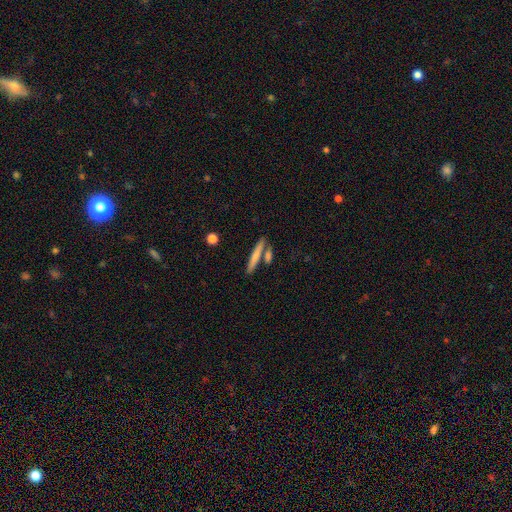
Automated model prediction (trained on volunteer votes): smooth-or-featured: smooth: 70% | featured or disk: 24% | star or artifact: 6%
  how-rounded: cigar-shaped: 90% | in between: 7% | round: 3%
  merging: none: 74% | merger: 15% | minor disturbance: 9% | major disturbance: 3%